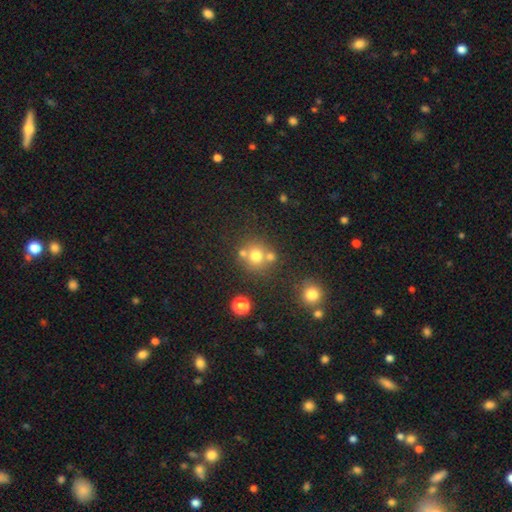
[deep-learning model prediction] Smooth or featured?
  - smooth: 71% *
  - star or artifact: 16%
  - featured or disk: 13%
How rounded?
  - round: 88% *
  - in between: 11%
  - cigar-shaped: 1%
Merging?
  - none: 63% *
  - merger: 23%
  - minor disturbance: 9%
  - major disturbance: 4%